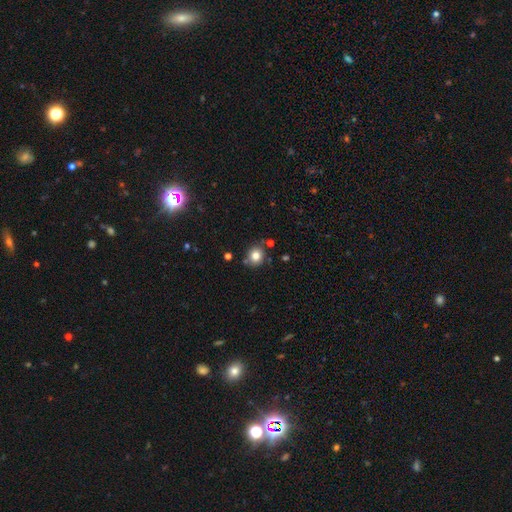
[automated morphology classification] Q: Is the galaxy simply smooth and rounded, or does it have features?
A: smooth — 81%.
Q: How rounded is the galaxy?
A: round — 78%.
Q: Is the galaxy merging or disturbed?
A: none — 80%.